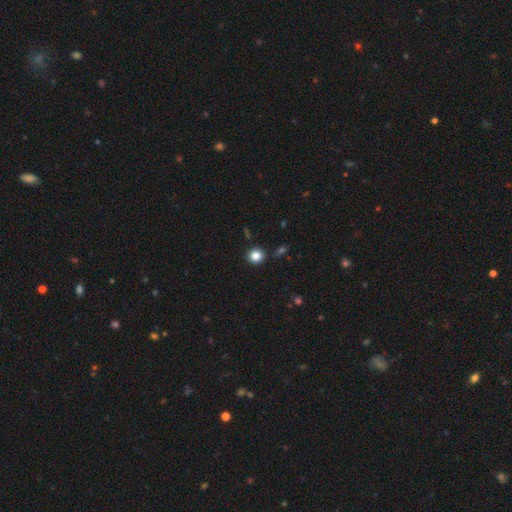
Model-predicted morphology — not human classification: This appears to be a smooth galaxy with no disk features (84%) that is round (90%). Merging: none (89%).